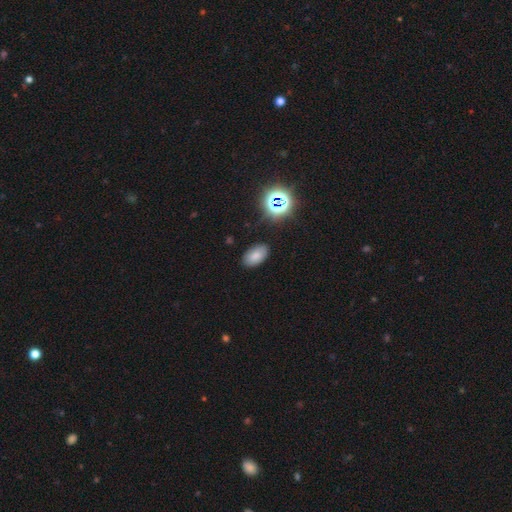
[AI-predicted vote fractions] smooth 76%, star or artifact 16%, featured or disk 9%. Down the decision tree: how rounded — in between (92%); merging — none (84%).